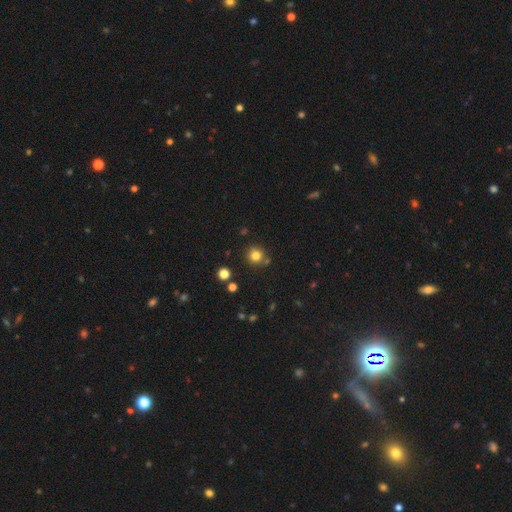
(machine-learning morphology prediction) smooth 80%, star or artifact 14%, featured or disk 6%. Down the decision tree: how rounded — round (89%); merging — none (78%).